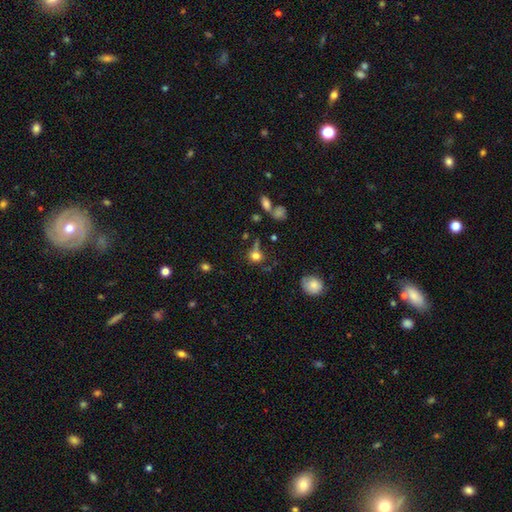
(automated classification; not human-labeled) smooth-or-featured: smooth: 74% | star or artifact: 16% | featured or disk: 10%
  how-rounded: round: 80% | in between: 17% | cigar-shaped: 2%
  merging: none: 56% | minor disturbance: 18% | merger: 17% | major disturbance: 10%